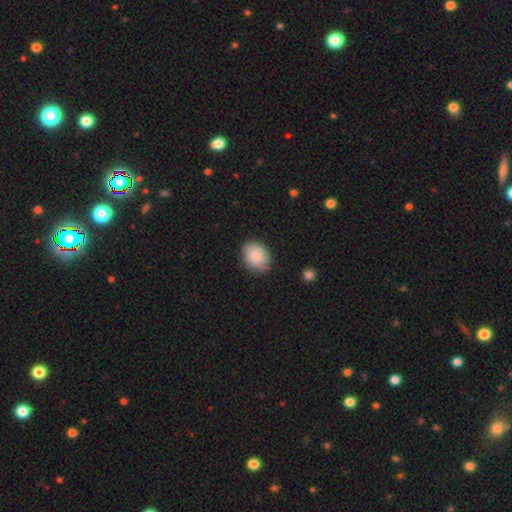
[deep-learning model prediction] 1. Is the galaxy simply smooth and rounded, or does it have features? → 87% smooth, 7% star or artifact, 6% featured or disk.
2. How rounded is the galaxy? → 57% in between, 42% round, 1% cigar-shaped.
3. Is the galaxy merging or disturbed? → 80% none, 16% minor disturbance, 3% major disturbance, 1% merger.